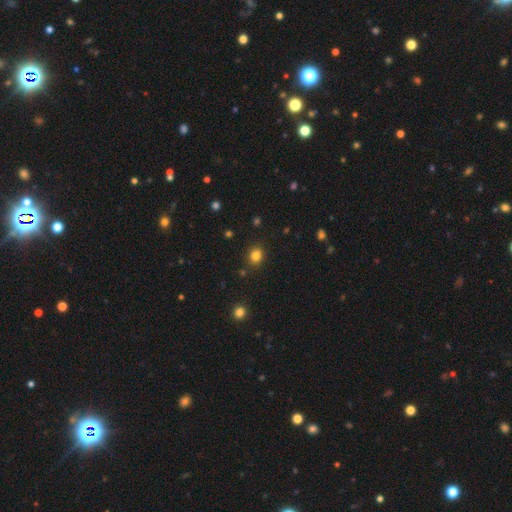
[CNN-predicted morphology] Overall: smooth (82%). How rounded: round (65%; in between 34%). Merging: none (85%).